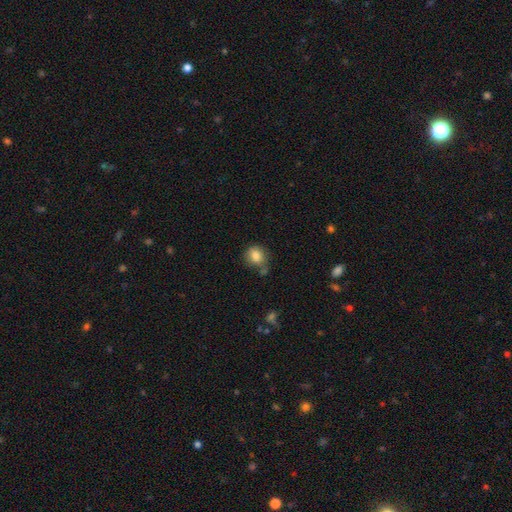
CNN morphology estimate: smooth-or-featured: smooth: 82% | star or artifact: 9% | featured or disk: 8%
  how-rounded: round: 72% | in between: 27% | cigar-shaped: 1%
  merging: none: 61% | minor disturbance: 19% | merger: 13% | major disturbance: 6%